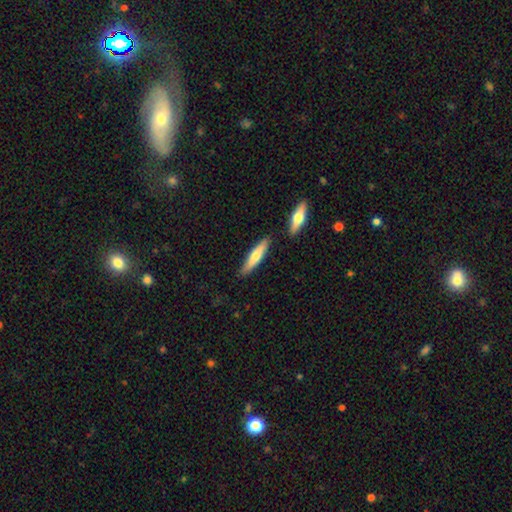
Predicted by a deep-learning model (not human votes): This appears to be a smooth galaxy with no disk features (63%) that is cigar-shaped (81%). Merging: none (81%).